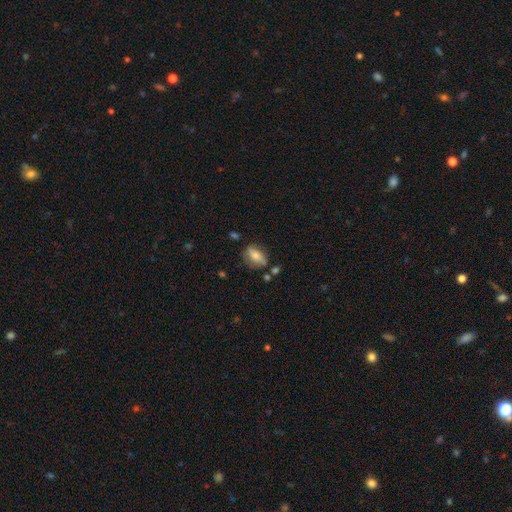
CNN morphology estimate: smooth_or_featured: smooth (p=0.65) [alt: featured or disk p=0.26]
how_rounded: in between (p=0.83) [alt: round p=0.12]
merging: none (p=0.65) [alt: minor disturbance p=0.23]